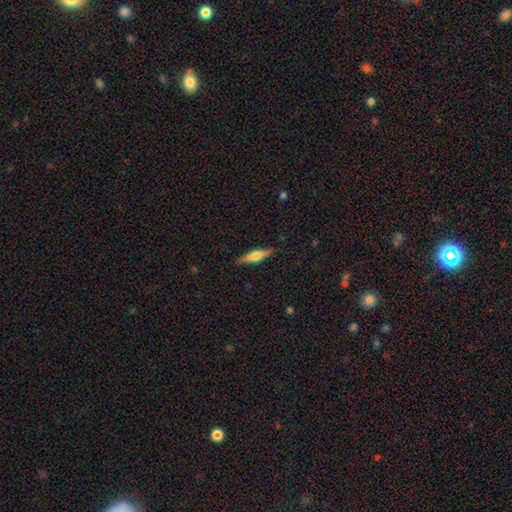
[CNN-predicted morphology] Overall: featured or disk (53%; smooth 40%). Edge-on disk: yes (96%). Edge-on bulge: rounded (74%). Merging: none (89%).